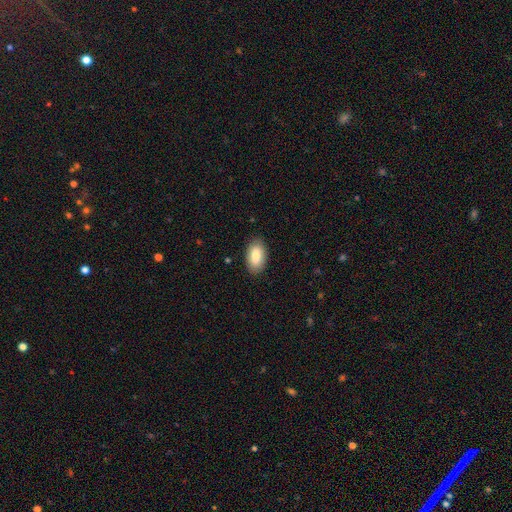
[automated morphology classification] smooth 84%, featured or disk 10%, star or artifact 6%. Down the decision tree: how rounded — in between (95%); merging — none (87%).